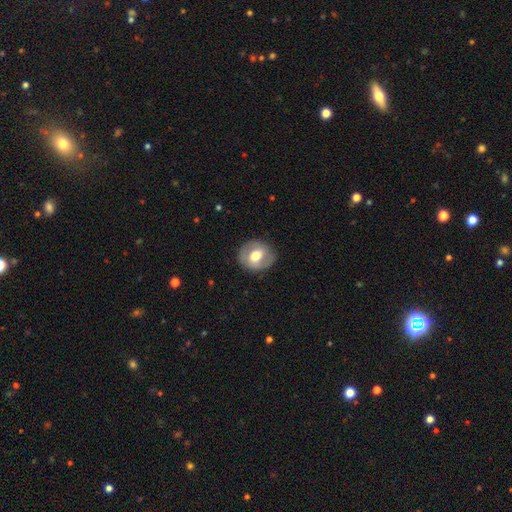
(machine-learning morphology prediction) Smooth or featured? featured or disk (49%)
Merging? none (83%)